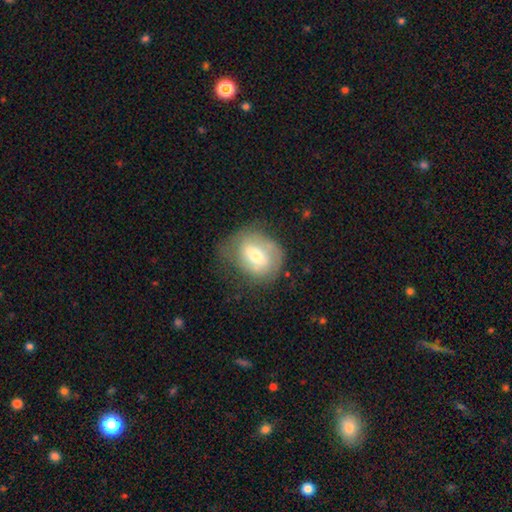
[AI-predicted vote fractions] A smooth galaxy with no disk features (50%) that is round (53%).

Vote fractions:
- Smooth or featured? smooth: 50% / featured or disk: 42% / star or artifact: 8%
- How rounded? round: 53% / in between: 46% / cigar-shaped: 2%
- Merging? none: 54% / minor disturbance: 29% / major disturbance: 16% / merger: 2%